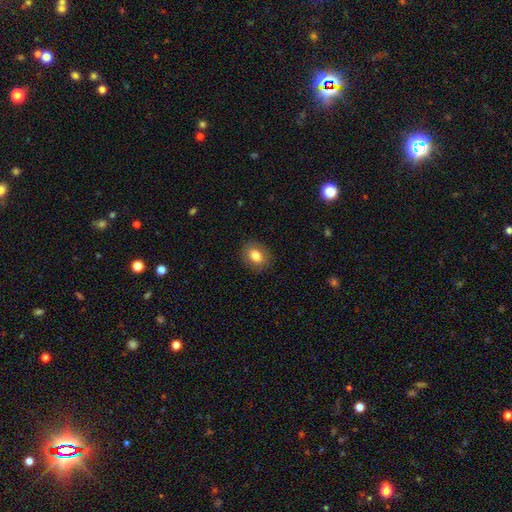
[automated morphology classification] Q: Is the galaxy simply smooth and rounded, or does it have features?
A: smooth — 80%.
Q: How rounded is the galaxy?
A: in between — 51%.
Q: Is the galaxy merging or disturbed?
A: none — 87%.